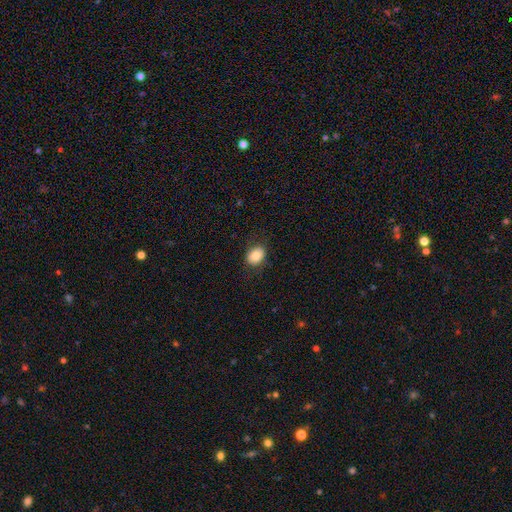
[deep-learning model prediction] A smooth galaxy with no disk features (81%) that is in between round and cigar-shaped (64%).

Vote fractions:
- Smooth or featured? smooth: 81% / featured or disk: 11% / star or artifact: 8%
- How rounded? in between: 64% / round: 35% / cigar-shaped: 1%
- Merging? none: 83% / minor disturbance: 12% / major disturbance: 3% / merger: 1%